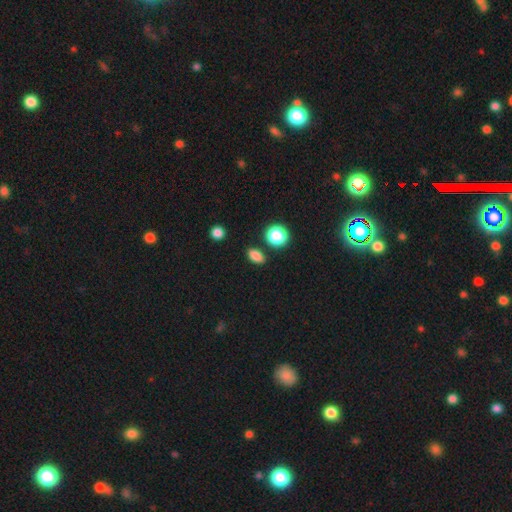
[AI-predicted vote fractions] Smooth or featured? smooth (84%)
How rounded? in between (78%)
Merging? none (86%)